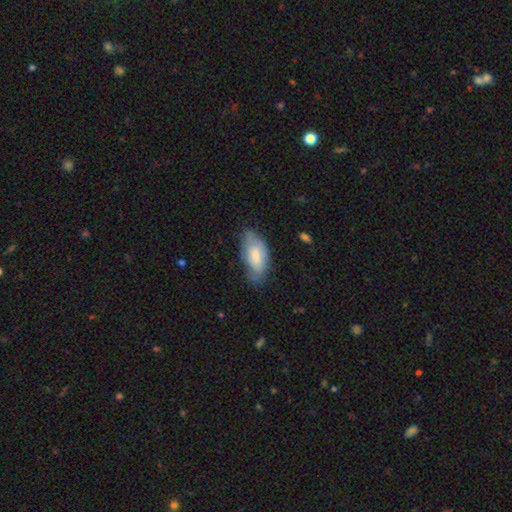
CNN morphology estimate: This is likely a smooth galaxy (67%). How rounded: clearly in between (89%). Merging: possibly none (59%).